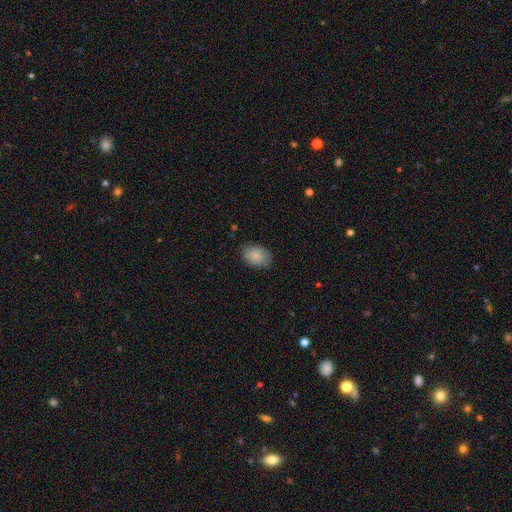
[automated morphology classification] This is clearly a smooth galaxy (85%). How rounded: likely in between (79%). Merging: likely none (76%).